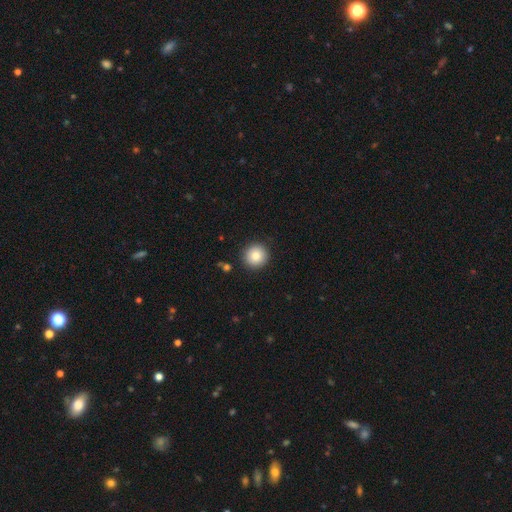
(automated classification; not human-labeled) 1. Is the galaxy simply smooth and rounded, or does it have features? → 83% smooth, 9% star or artifact, 8% featured or disk.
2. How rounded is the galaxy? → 95% round, 4% in between, 1% cigar-shaped.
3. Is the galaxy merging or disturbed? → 91% none, 6% minor disturbance, 2% major disturbance, 1% merger.